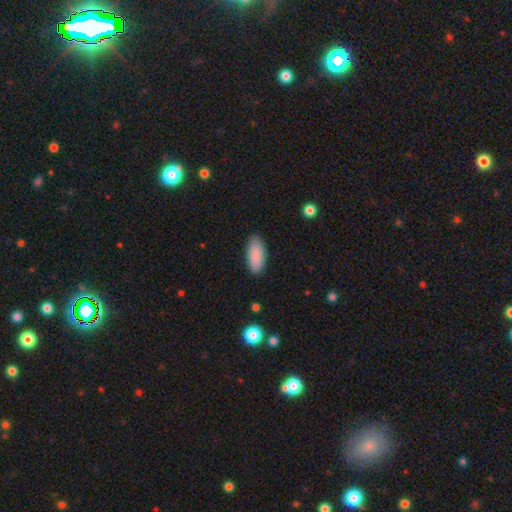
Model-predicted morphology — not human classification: Smooth or featured?
  - smooth: 89% *
  - star or artifact: 6%
  - featured or disk: 5%
How rounded?
  - in between: 85% *
  - cigar-shaped: 13%
  - round: 2%
Merging?
  - none: 87% *
  - minor disturbance: 10%
  - major disturbance: 2%
  - merger: 1%